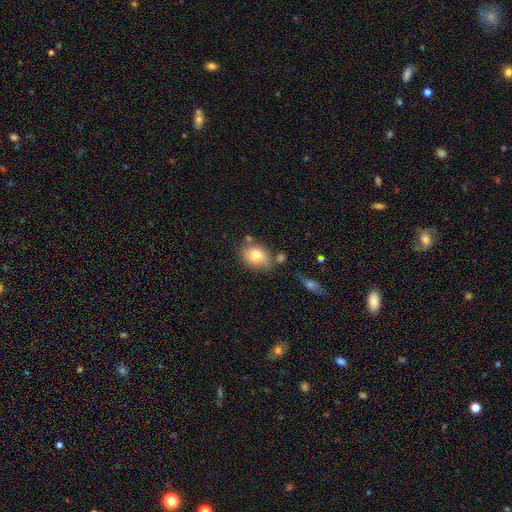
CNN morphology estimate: This is likely a smooth galaxy (75%). How rounded: likely in between (62%). Merging: likely none (67%).